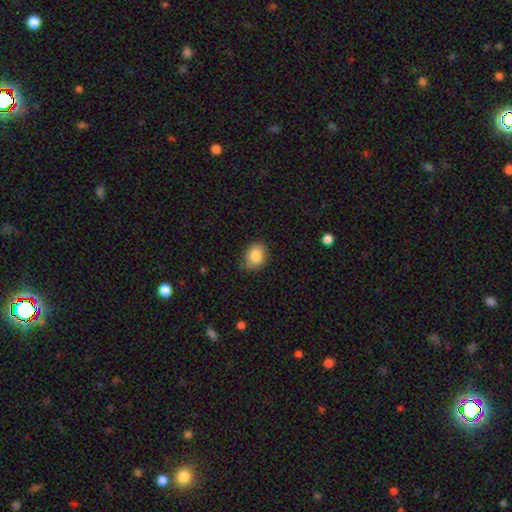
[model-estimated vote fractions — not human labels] A smooth galaxy with no disk features (86%) that is in between round and cigar-shaped (63%).

Vote fractions:
- Smooth or featured? smooth: 86% / star or artifact: 8% / featured or disk: 6%
- How rounded? in between: 63% / round: 36% / cigar-shaped: 1%
- Merging? none: 79% / minor disturbance: 17% / major disturbance: 3% / merger: 1%